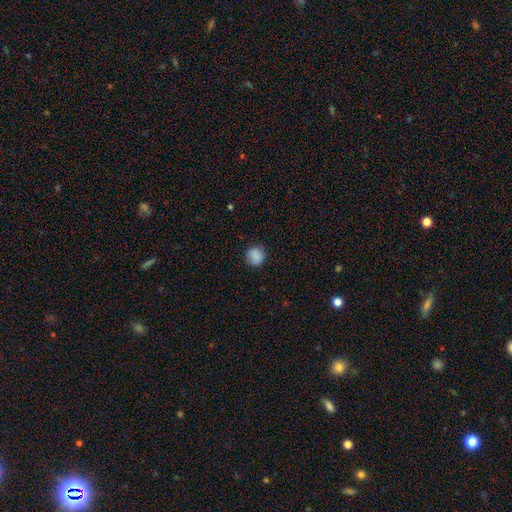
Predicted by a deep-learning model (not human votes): smooth 85%, star or artifact 9%, featured or disk 7%. Down the decision tree: how rounded — round (88%); merging — none (84%).